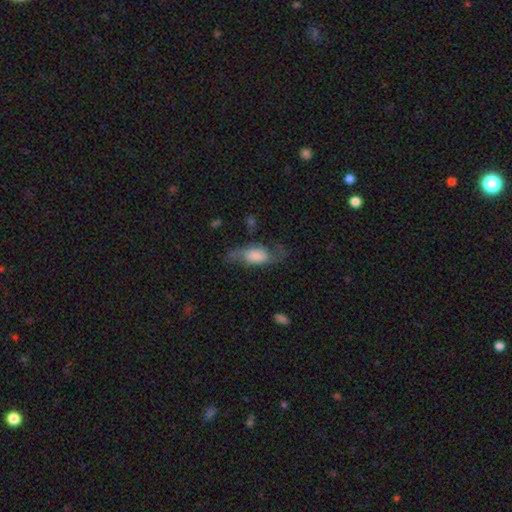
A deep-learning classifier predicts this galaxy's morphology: type=smooth (53%); roundness=in between (82%); merging=none (48%).